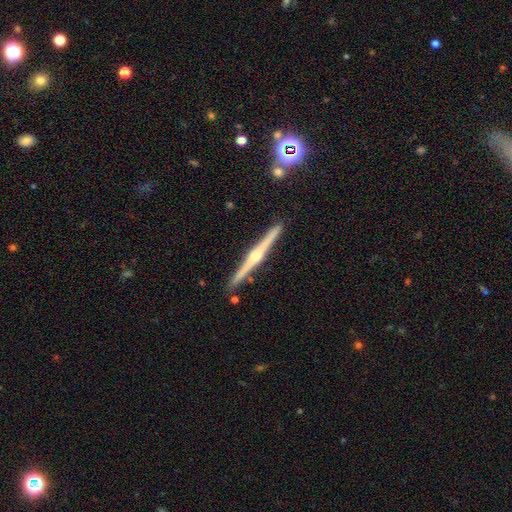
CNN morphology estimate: Smooth or featured? featured or disk (84%)
Edge-on disk? yes (99%)
Edge-on bulge? rounded (91%)
Merging? none (91%)